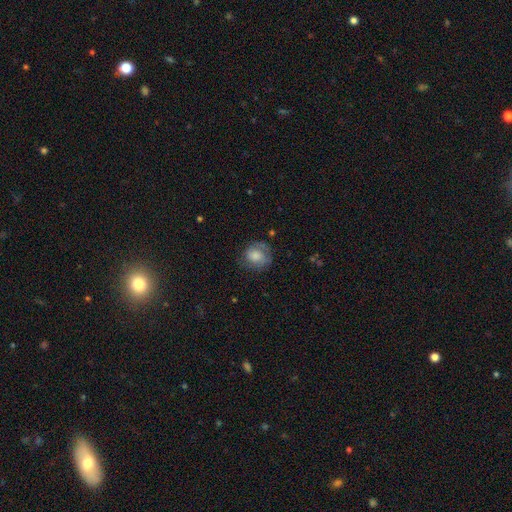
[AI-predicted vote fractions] Smooth or featured?
  - smooth: 55% *
  - featured or disk: 37%
  - star or artifact: 9%
How rounded?
  - round: 74% *
  - in between: 25%
  - cigar-shaped: 1%
Merging?
  - none: 65% *
  - minor disturbance: 23%
  - major disturbance: 11%
  - merger: 2%